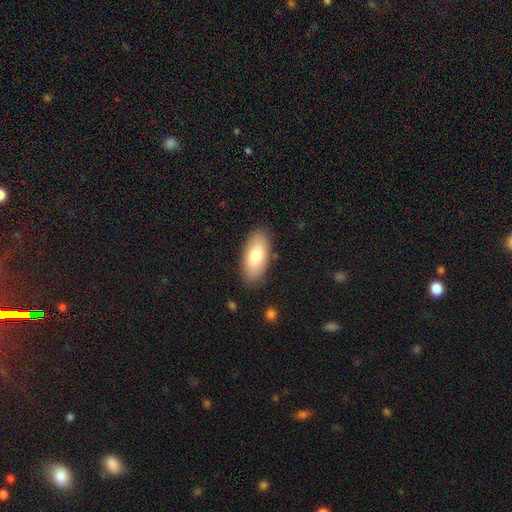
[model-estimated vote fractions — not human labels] Smooth or featured?
  - smooth: 75% *
  - featured or disk: 19%
  - star or artifact: 6%
How rounded?
  - in between: 91% *
  - cigar-shaped: 7%
  - round: 2%
Merging?
  - none: 86% *
  - minor disturbance: 10%
  - major disturbance: 3%
  - merger: 1%